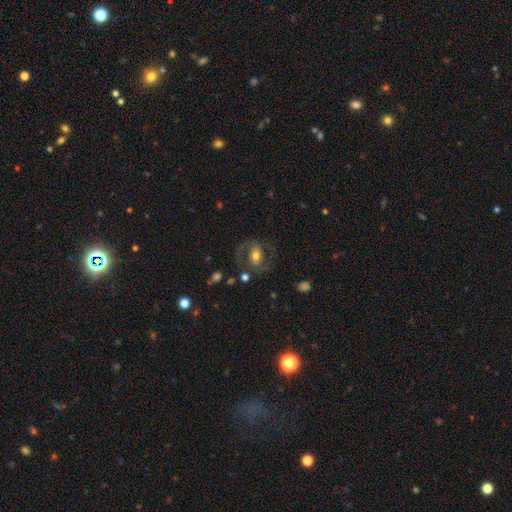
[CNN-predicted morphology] featured or disk 68%, smooth 25%, star or artifact 8%. Down the decision tree: edge-on disk — no (95%); bar — weak (35%, tied with strong); spiral arms — yes (84%); spiral arm count — 2 (87%); spiral winding — medium (55%); bulge size — moderate (65%); merging — none (68%).